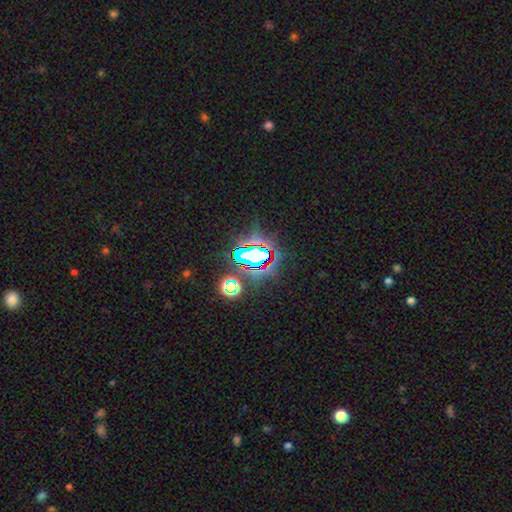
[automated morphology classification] Q: Smooth or featured?
A: star or artifact (71%); runner-up: smooth (16%)